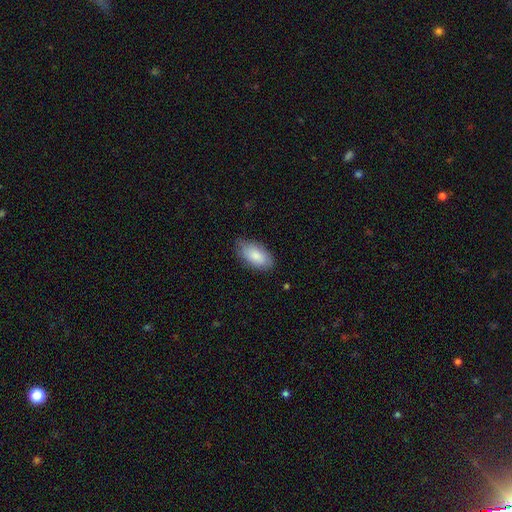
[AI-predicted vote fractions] A smooth galaxy with no disk features (84%) that is in between round and cigar-shaped (94%).

Vote fractions:
- Smooth or featured? smooth: 84% / featured or disk: 11% / star or artifact: 6%
- How rounded? in between: 94% / cigar-shaped: 3% / round: 3%
- Merging? none: 79% / minor disturbance: 17% / major disturbance: 3% / merger: 1%